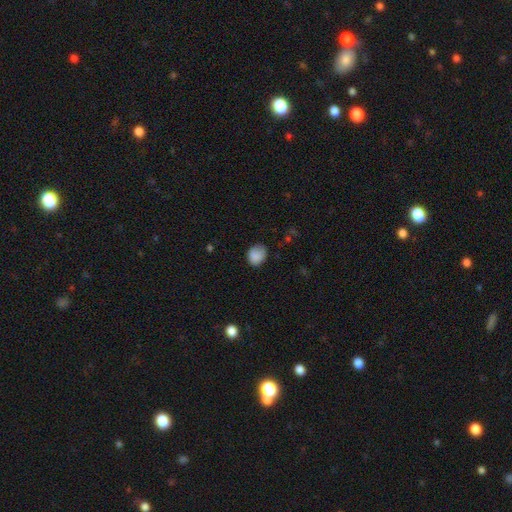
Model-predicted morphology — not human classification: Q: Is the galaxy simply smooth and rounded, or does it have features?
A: smooth — 86%.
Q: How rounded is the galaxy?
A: round — 62%.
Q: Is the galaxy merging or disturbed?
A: none — 74%.